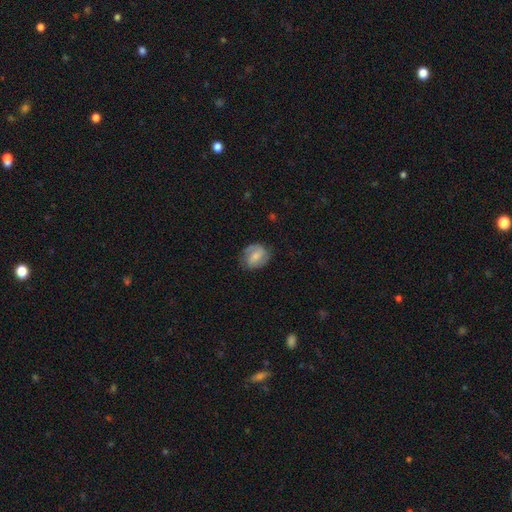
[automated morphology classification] smooth 47%, featured or disk 45%, star or artifact 7%. Down the decision tree: merging — none (68%).